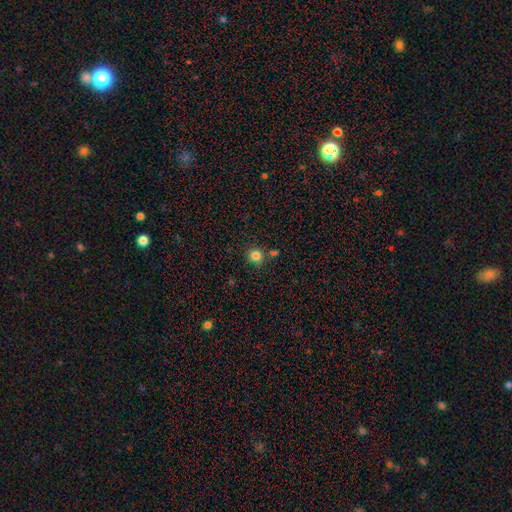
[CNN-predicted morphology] smooth_or_featured: smooth (p=0.83) [alt: star or artifact p=0.12]
how_rounded: round (p=0.91) [alt: in between p=0.08]
merging: none (p=0.79) [alt: merger p=0.09]